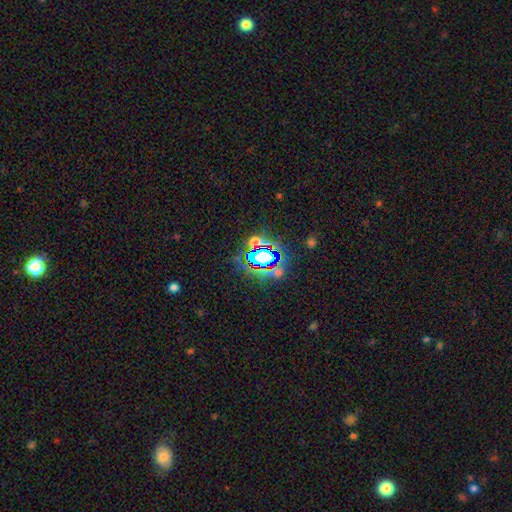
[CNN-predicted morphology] star or artifact 69%, smooth 19%, featured or disk 12%.